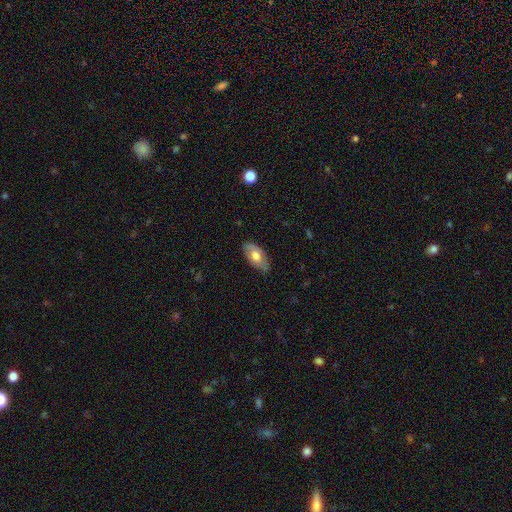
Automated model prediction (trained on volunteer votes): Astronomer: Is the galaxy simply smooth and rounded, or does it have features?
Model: smooth — 61%.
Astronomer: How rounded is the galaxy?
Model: in between — 94%.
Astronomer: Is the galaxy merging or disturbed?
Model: none — 79%.